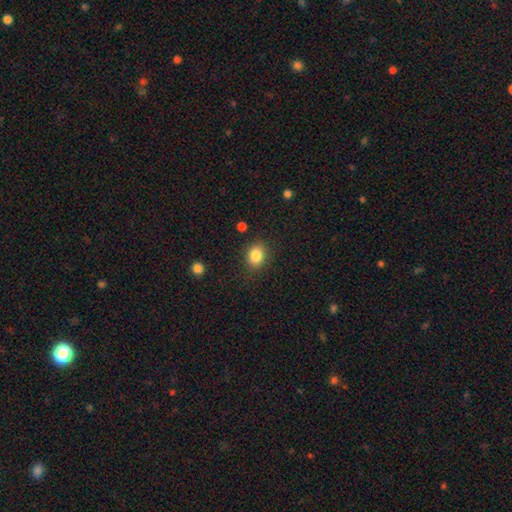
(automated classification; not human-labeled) A smooth galaxy with no disk features (85%) that is in between round and cigar-shaped (57%). Merging: none (84%).